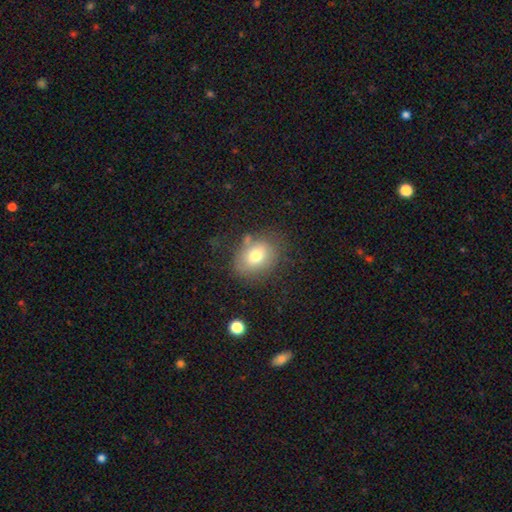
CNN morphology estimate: Smooth or featured? smooth (73%)
How rounded? in between (56%)
Merging? none (67%)